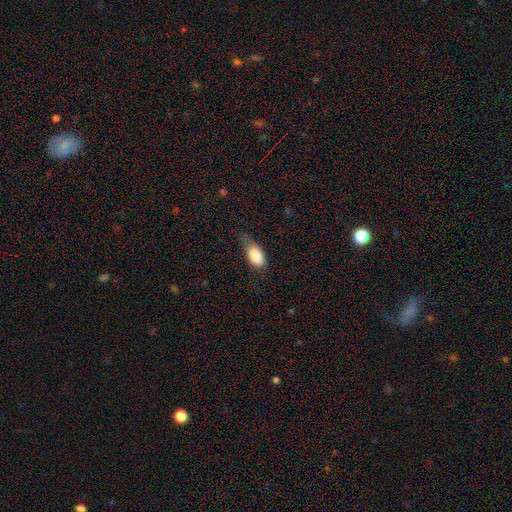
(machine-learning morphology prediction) This is clearly a smooth galaxy (87%). How rounded: clearly in between (93%). Merging: possibly none (53%).